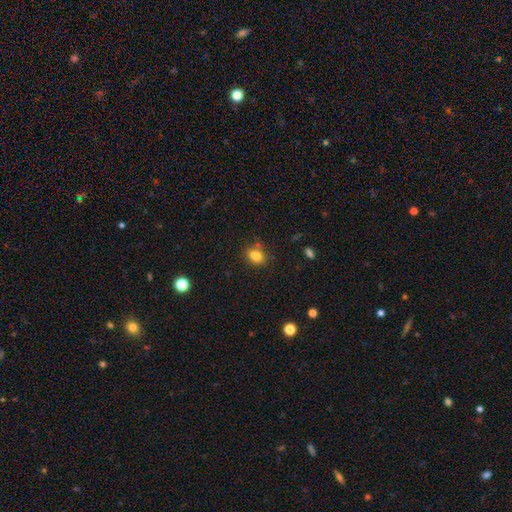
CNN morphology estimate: Smooth or featured: smooth — 82% (star or artifact — 11%)
How rounded: in between — 67% (round — 31%)
Merging: none — 73% (minor disturbance — 14%)